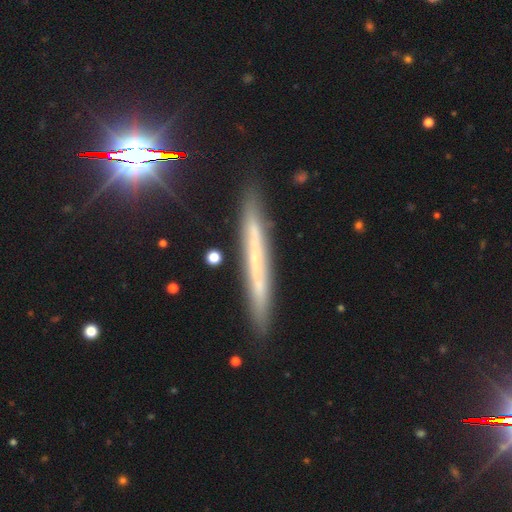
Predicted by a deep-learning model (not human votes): Smooth or featured?
  - featured or disk: 54% *
  - smooth: 33%
  - star or artifact: 13%
Edge-on disk?
  - yes: 93% *
  - no: 7%
Merging?
  - none: 87% *
  - minor disturbance: 9%
  - major disturbance: 2%
  - merger: 2%